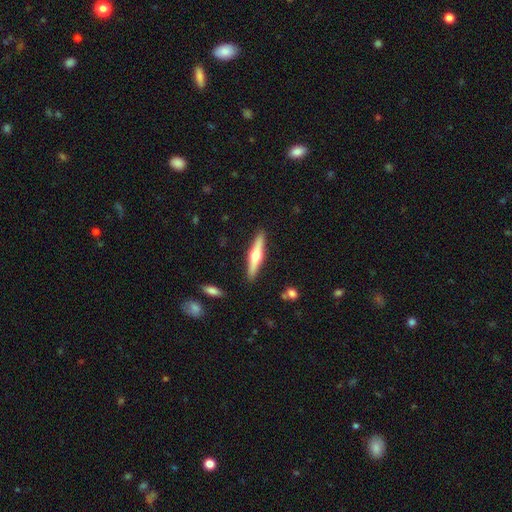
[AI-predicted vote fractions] smooth_or_featured: featured or disk (p=0.59) [alt: smooth p=0.35]
disk_edge_on: yes (p=0.96) [alt: no p=0.04]
edge_on_bulge: rounded (p=0.94) [alt: boxy p=0.03]
merging: none (p=0.90) [alt: minor disturbance p=0.07]